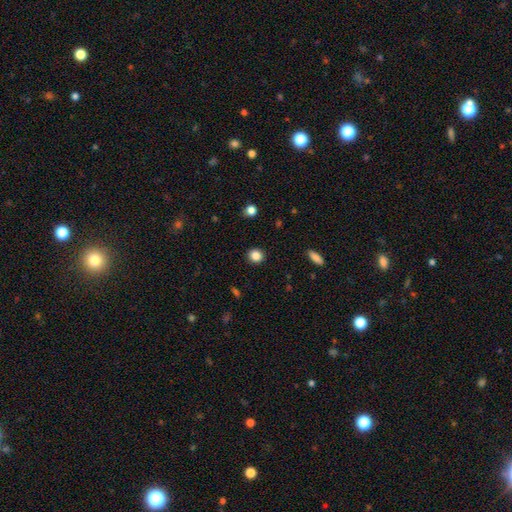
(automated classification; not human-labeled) Smooth or featured? Predicted: smooth (p=0.85). How rounded? Predicted: round (p=0.87). Merging? Predicted: none (p=0.92).